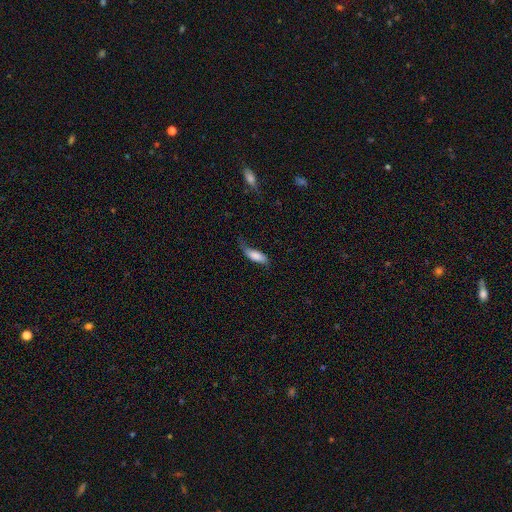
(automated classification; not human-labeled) smooth_or_featured: smooth (p=0.75) [alt: featured or disk p=0.18]
how_rounded: in between (p=0.68) [alt: cigar-shaped p=0.30]
merging: none (p=0.39) [alt: minor disturbance p=0.34]